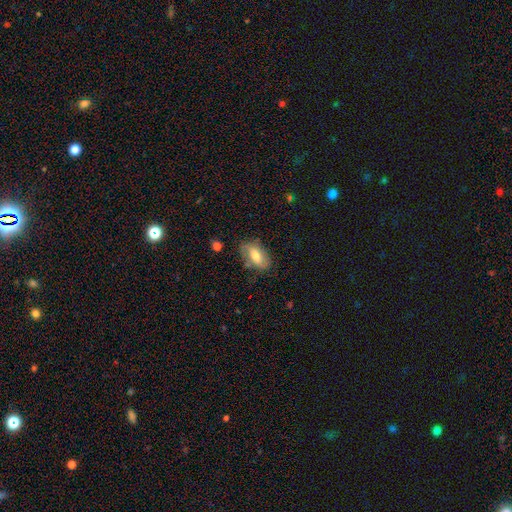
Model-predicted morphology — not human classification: smooth 63%, featured or disk 30%, star or artifact 7%. Down the decision tree: how rounded — in between (89%); merging — none (71%).